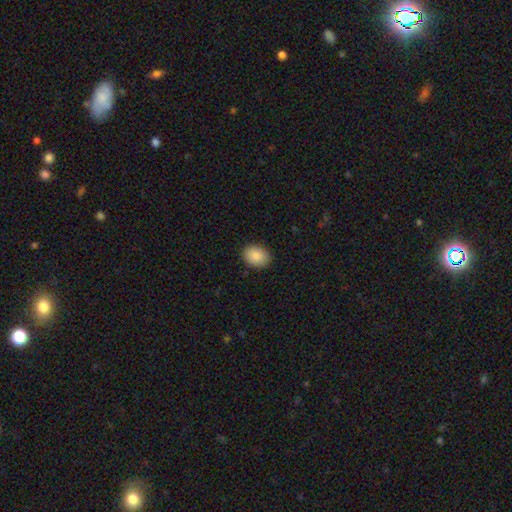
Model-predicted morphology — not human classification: smooth 89%, star or artifact 7%, featured or disk 4%. Down the decision tree: how rounded — in between (70%); merging — none (89%).